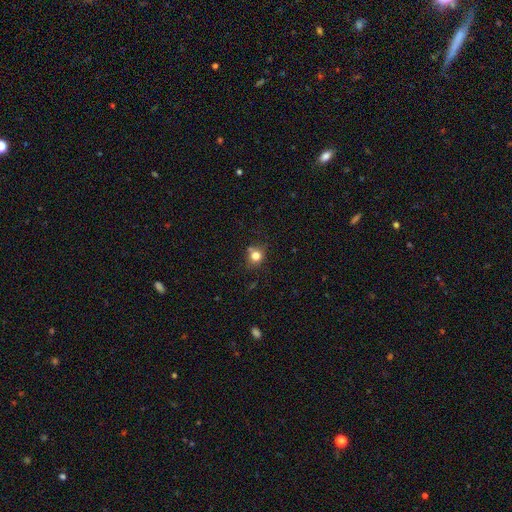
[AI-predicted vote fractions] Overall: smooth (78%). How rounded: round (81%). Merging: none (70%).